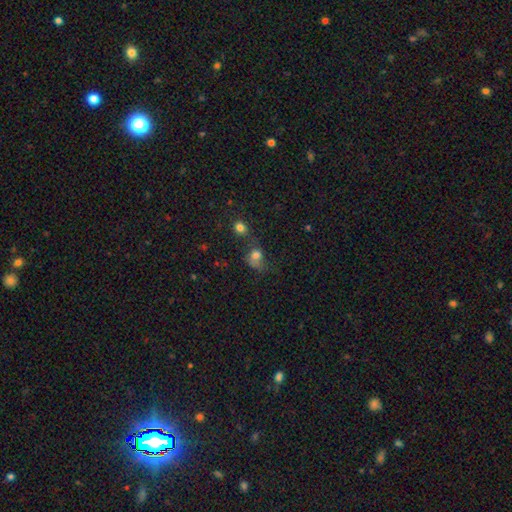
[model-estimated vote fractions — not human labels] smooth_or_featured: smooth (p=0.72) [alt: star or artifact p=0.16]
how_rounded: round (p=0.59) [alt: in between p=0.39]
merging: none (p=0.33) [alt: merger p=0.30]